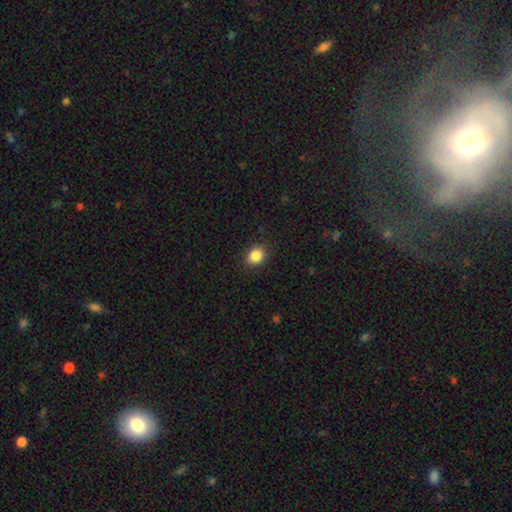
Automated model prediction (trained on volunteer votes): Smooth or featured? Predicted: smooth (p=0.86). How rounded? Predicted: round (p=0.51). Merging? Predicted: none (p=0.89).